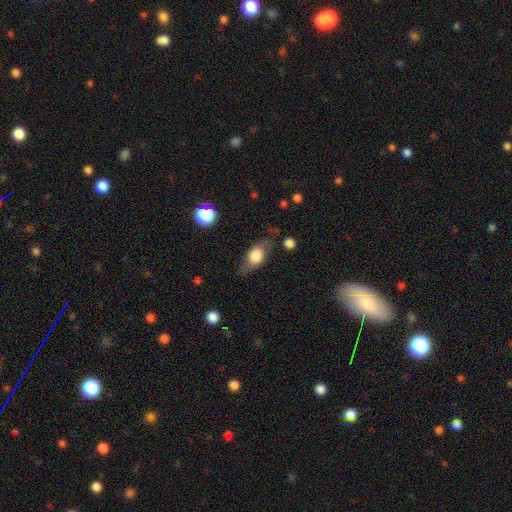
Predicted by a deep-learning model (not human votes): Smooth or featured: smooth — 64% (featured or disk — 29%)
How rounded: in between — 74% (round — 17%)
Merging: none — 68% (minor disturbance — 21%)